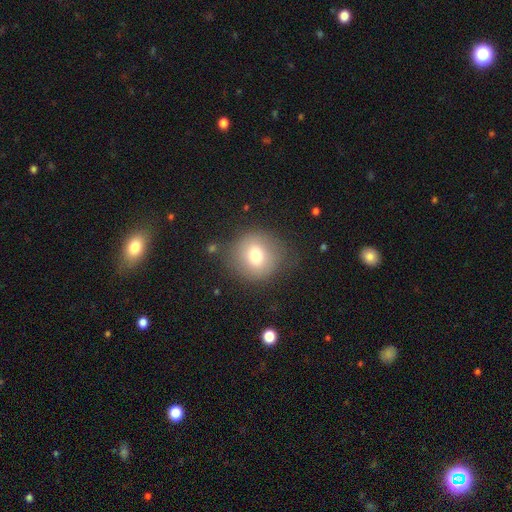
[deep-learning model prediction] A smooth galaxy with no disk features (73%) that is round (87%). Merging: none (78%).